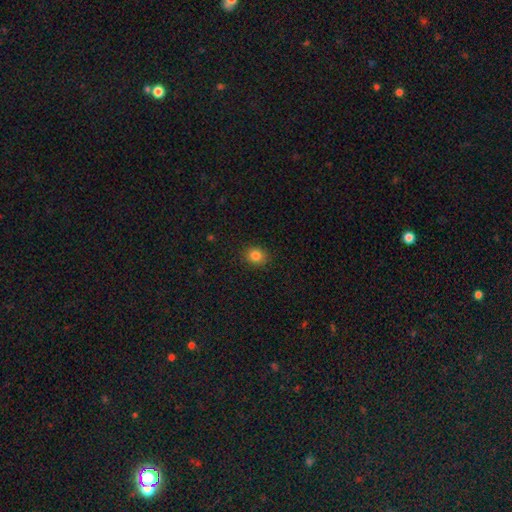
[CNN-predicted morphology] Smooth or featured? smooth (83%)
How rounded? round (73%)
Merging? none (89%)